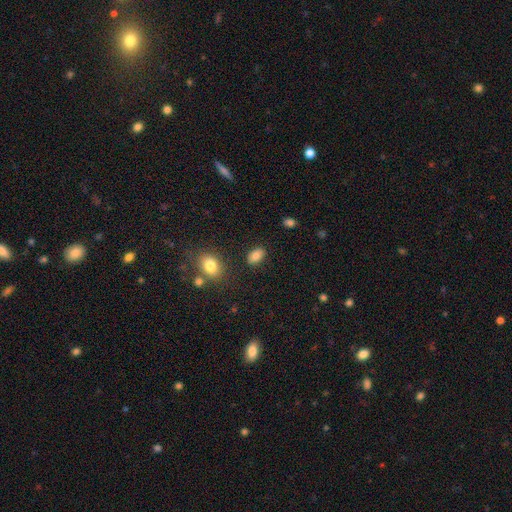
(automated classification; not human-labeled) A smooth galaxy with no disk features (83%) that is in between round and cigar-shaped (89%). Merging: none (85%).